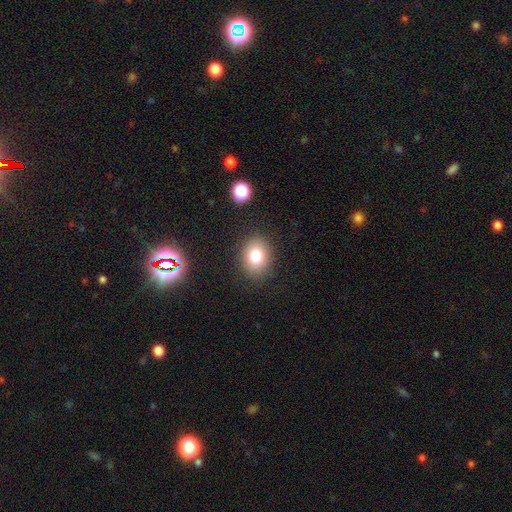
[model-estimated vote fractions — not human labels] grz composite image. It shows a smooth galaxy with no disk features (80%) that is in between round and cigar-shaped (57%). Merging: none (86%).